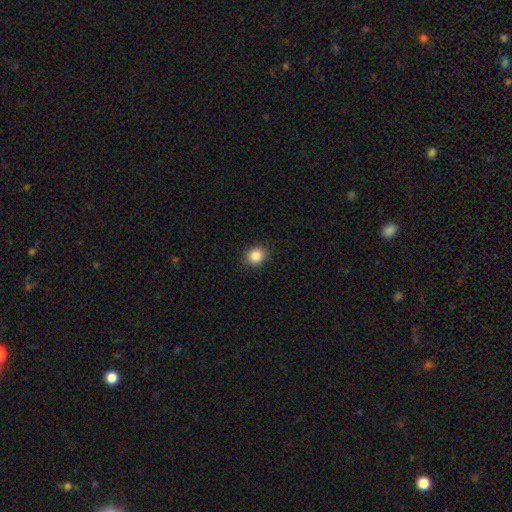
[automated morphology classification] type=smooth (86%); roundness=round (79%); merging=none (90%).